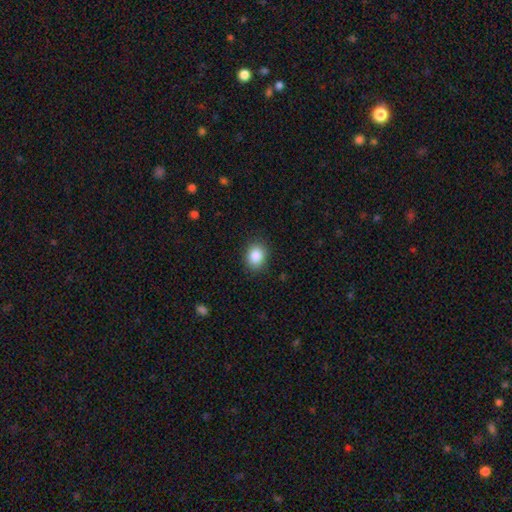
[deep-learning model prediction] Morphology: type=smooth (86%); roundness=round (52%); merging=none (86%).